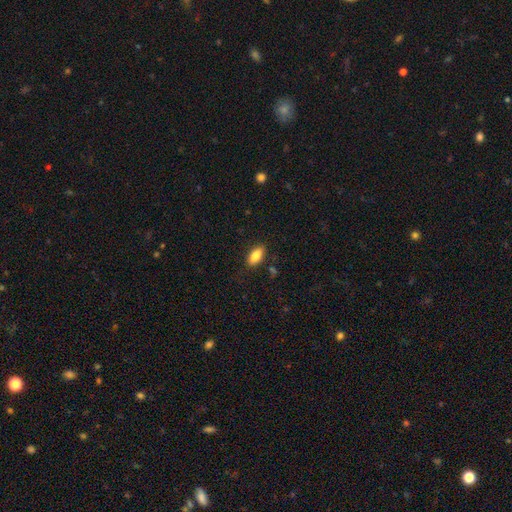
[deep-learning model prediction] Smooth or featured?
  - smooth: 82% *
  - featured or disk: 11%
  - star or artifact: 7%
How rounded?
  - in between: 87% *
  - cigar-shaped: 10%
  - round: 3%
Merging?
  - none: 84% *
  - minor disturbance: 11%
  - major disturbance: 3%
  - merger: 2%